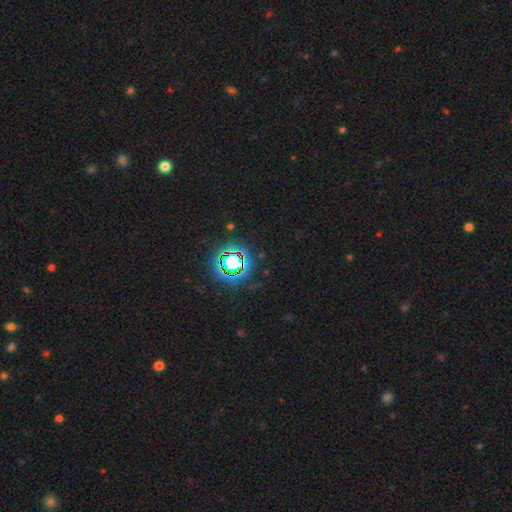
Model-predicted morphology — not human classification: Overall: star or artifact (81%).